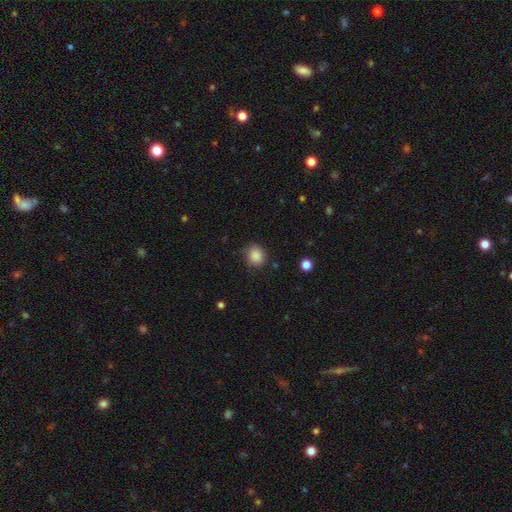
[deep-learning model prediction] This appears to be a smooth galaxy with no disk features (87%) that is round (78%). Merging: none (75%).